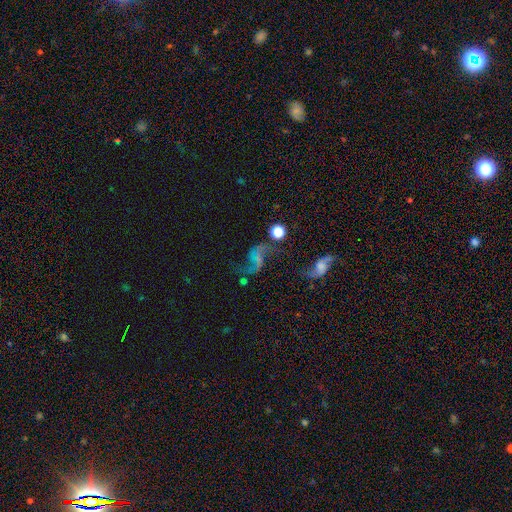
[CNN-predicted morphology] Smooth or featured?
  - featured or disk: 70% *
  - star or artifact: 17%
  - smooth: 13%
Edge-on disk?
  - no: 96% *
  - yes: 4%
Bar?
  - weak: 42% *
  - no: 36%
  - strong: 22%
Spiral arms?
  - yes: 88% *
  - no: 12%
Spiral winding?
  - loose: 80% *
  - medium: 16%
  - tight: 4%
Spiral arm count?
  - 2: 88% *
  - 1: 5%
  - can't tell: 4%
  - 3: 1%
  - 4: 1%
  - more than 4: 1%
Bulge size?
  - small: 40% * (tied)
  - none: 40% * (tied)
  - moderate: 15%
  - large: 3%
  - dominant: 2%
Merging?
  - none: 52% *
  - major disturbance: 20%
  - minor disturbance: 16%
  - merger: 12%